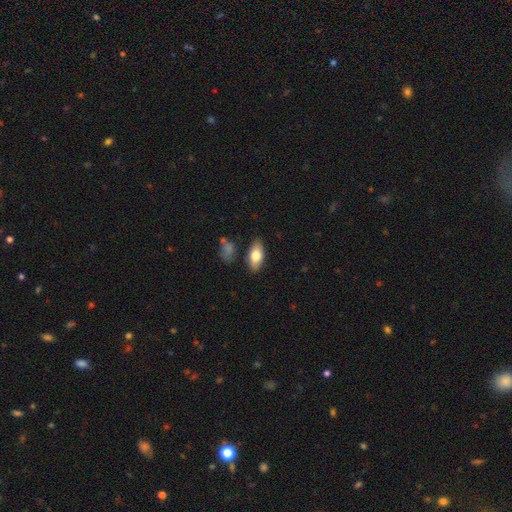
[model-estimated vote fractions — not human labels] Overall: smooth (74%). How rounded: in between (87%). Merging: none (83%).